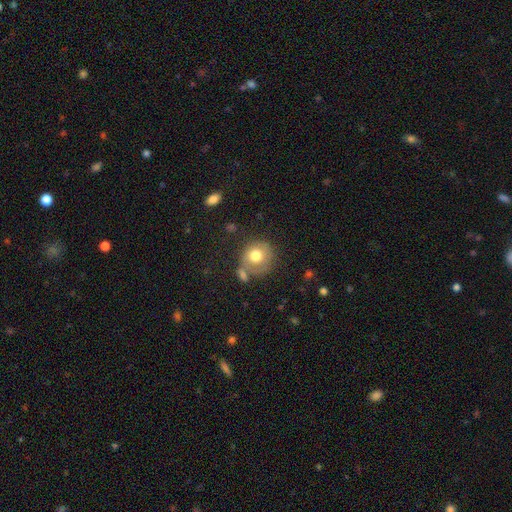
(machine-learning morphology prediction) The model was most divided on "merging": none: 57%, minor disturbance: 19%, merger: 15%, major disturbance: 10%. More confident: how rounded — round (85%); smooth or featured — smooth (72%).